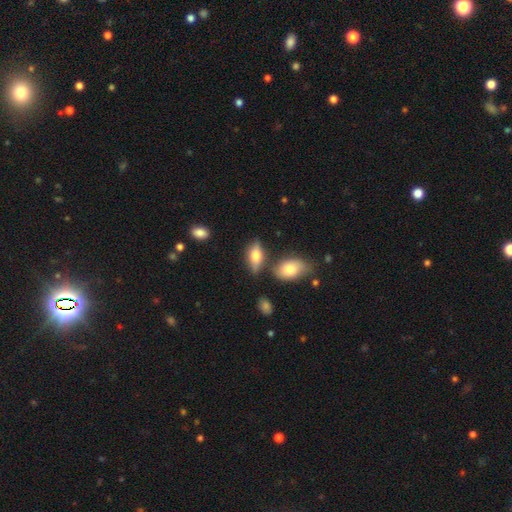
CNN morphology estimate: smooth 63%, featured or disk 30%, star or artifact 8%. Down the decision tree: how rounded — in between (80%); merging — none (68%).